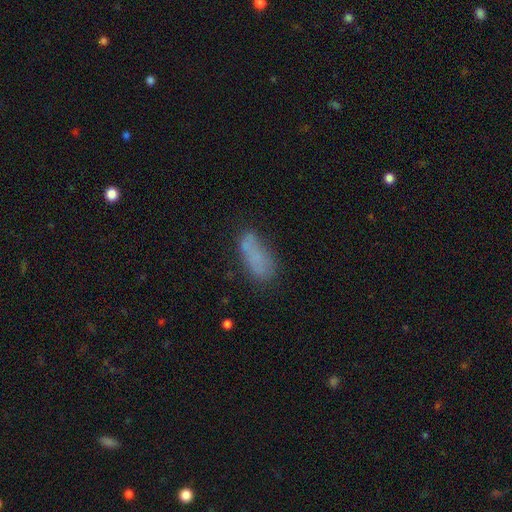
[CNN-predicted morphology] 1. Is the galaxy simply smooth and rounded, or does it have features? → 68% smooth, 20% featured or disk, 12% star or artifact.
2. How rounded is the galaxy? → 73% in between, 24% cigar-shaped, 3% round.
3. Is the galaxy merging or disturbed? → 55% none, 24% minor disturbance, 12% major disturbance, 10% merger.